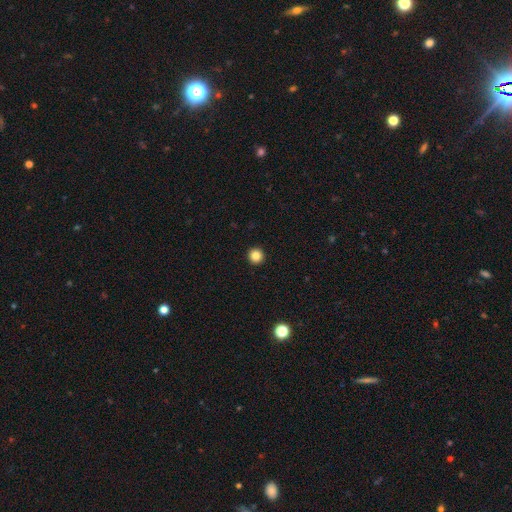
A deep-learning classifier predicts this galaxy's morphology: Smooth or featured? smooth (85%)
How rounded? round (96%)
Merging? none (94%)